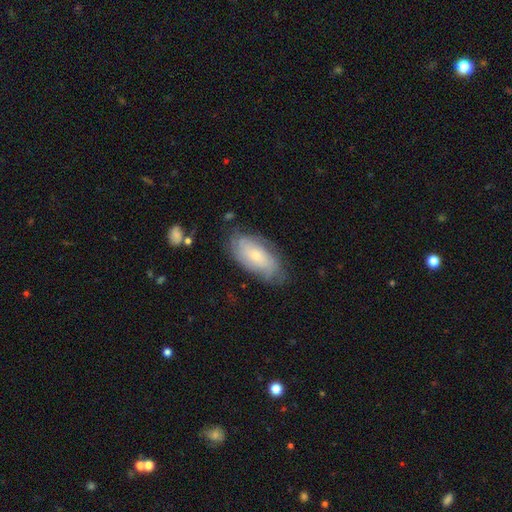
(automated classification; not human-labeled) This is possibly a featured or disk galaxy (54%). It is clearly not viewed edge-on (91%). Merging: likely none (71%).